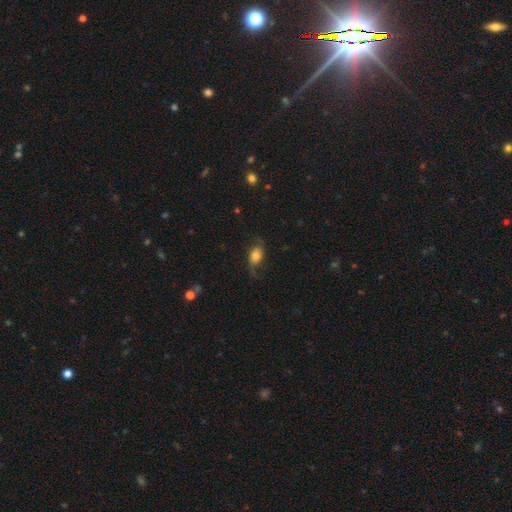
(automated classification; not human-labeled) smooth 46%, featured or disk 45%, star or artifact 9%. Down the decision tree: merging — none (63%).